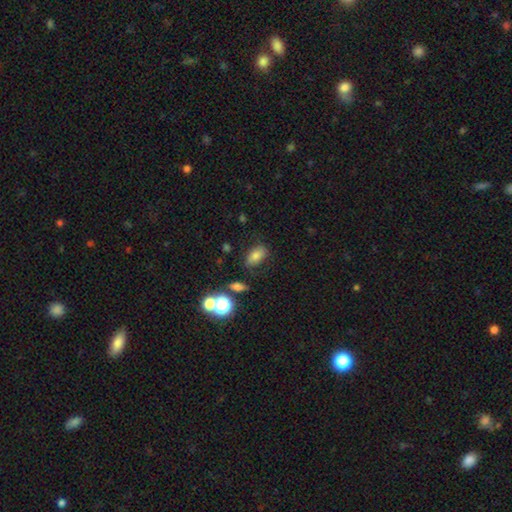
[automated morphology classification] smooth 72%, star or artifact 15%, featured or disk 13%. Down the decision tree: how rounded — in between (84%); merging — none (76%).